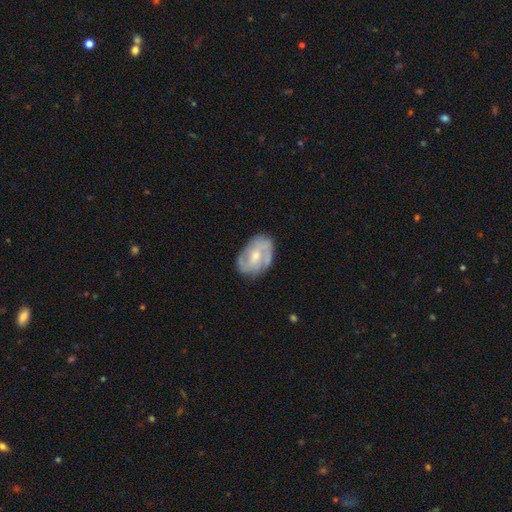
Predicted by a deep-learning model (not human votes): Smooth or featured?
  - featured or disk: 74% *
  - smooth: 20%
  - star or artifact: 6%
Edge-on disk?
  - no: 97% *
  - yes: 3%
Bar?
  - no: 47% *
  - weak: 41%
  - strong: 12%
Spiral arms?
  - yes: 84% *
  - no: 16%
Spiral winding?
  - medium: 42% *
  - tight: 40%
  - loose: 17%
Spiral arm count?
  - 2: 48% *
  - can't tell: 26%
  - 3: 16%
  - 1: 4%
  - 4: 4%
  - more than 4: 3%
Bulge size?
  - small: 53% *
  - moderate: 42%
  - none: 2%
  - large: 2%
  - dominant: 1%
Merging?
  - none: 72% *
  - minor disturbance: 20%
  - major disturbance: 7%
  - merger: 2%